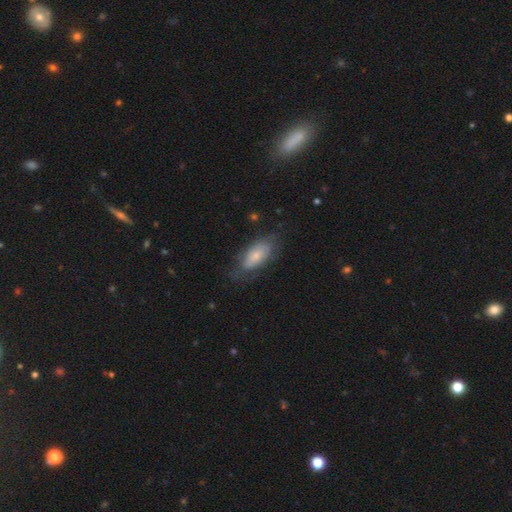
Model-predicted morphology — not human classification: type=smooth (63%); roundness=in between (89%); merging=none (62%).